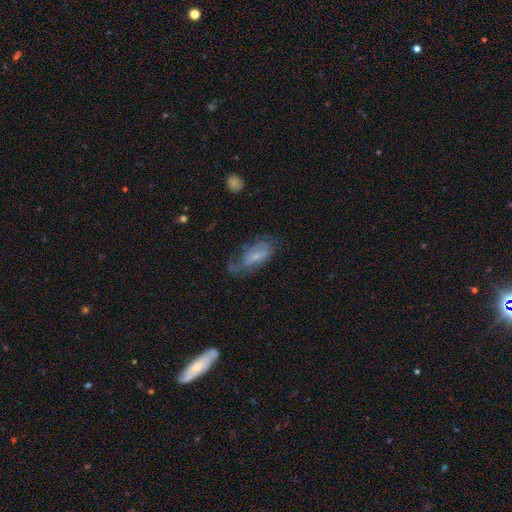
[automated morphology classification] featured or disk 59%, smooth 33%, star or artifact 8%. Down the decision tree: edge-on disk — no (91%); bar — weak (47%); spiral arms — yes (78%); bulge size — small (56%); merging — none (49%).